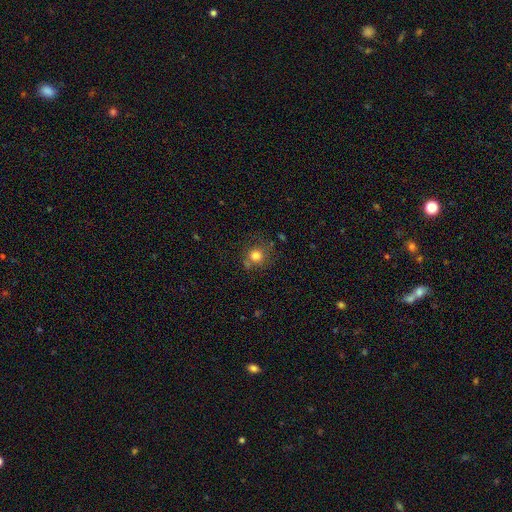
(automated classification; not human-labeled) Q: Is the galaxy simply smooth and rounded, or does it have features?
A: smooth — 78%.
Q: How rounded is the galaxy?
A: round — 88%.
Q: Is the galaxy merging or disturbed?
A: none — 69%.